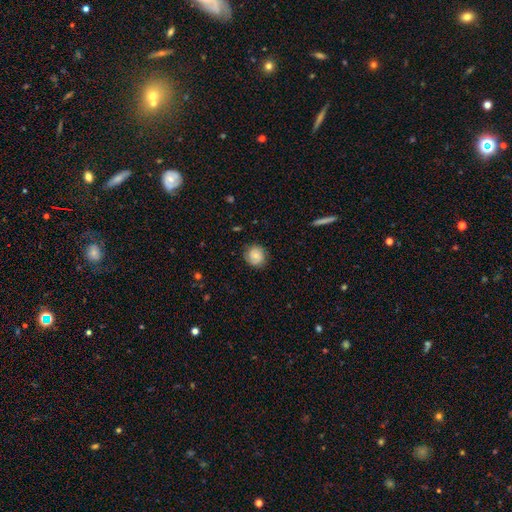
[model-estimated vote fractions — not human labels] Smooth or featured: smooth — 54% (featured or disk — 38%)
How rounded: round — 86% (in between — 13%)
Merging: none — 80% (minor disturbance — 15%)